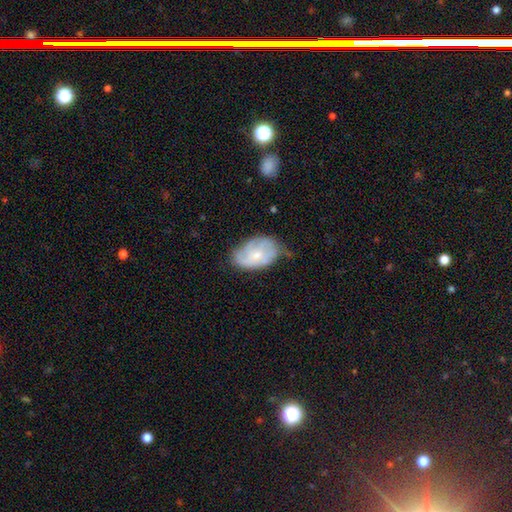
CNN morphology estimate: A featured or disk galaxy (61%) with no bar (72%), spiral arms (81%) and a small central bulge (60%).

Vote fractions:
- Smooth or featured? featured or disk: 61% / smooth: 32% / star or artifact: 6%
- Edge-on disk? no: 96% / yes: 4%
- Bar? no: 72% / weak: 25% / strong: 4%
- Spiral arms? yes: 81% / no: 19%
- Bulge size? small: 60% / moderate: 35% / none: 3% / large: 1% / dominant: 1%
- Merging? none: 54% / minor disturbance: 33% / major disturbance: 11% / merger: 2%